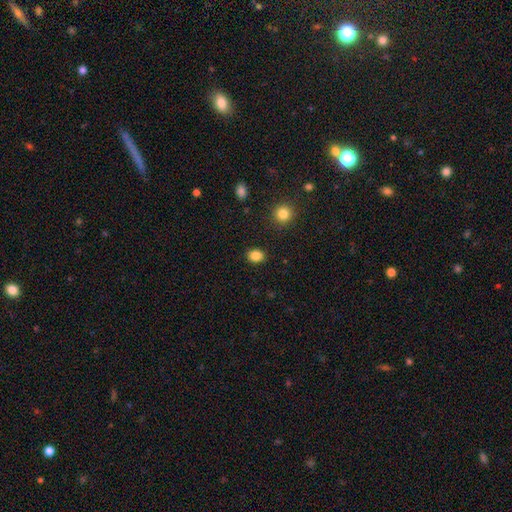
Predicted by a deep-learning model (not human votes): This is clearly a smooth galaxy (85%). How rounded: possibly in between (50%). Merging: clearly none (89%).